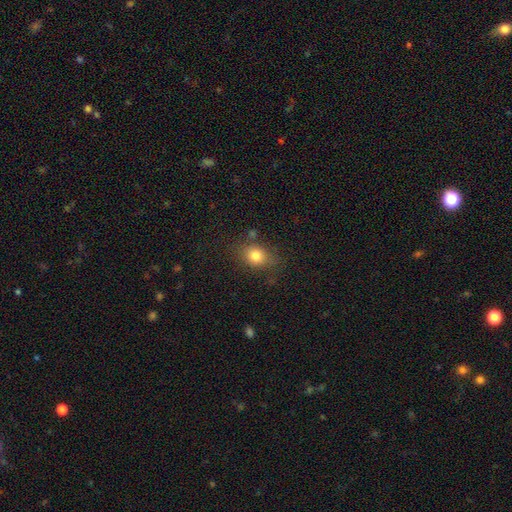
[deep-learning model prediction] The model was most divided on "how rounded": round: 54%, in between: 45%, cigar-shaped: 1%. More confident: smooth or featured — smooth (79%); merging — none (72%).